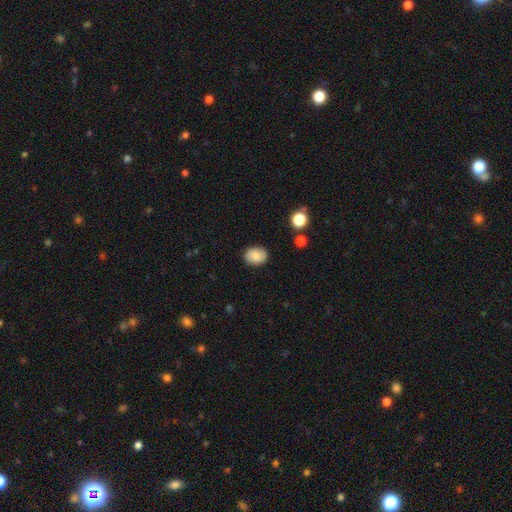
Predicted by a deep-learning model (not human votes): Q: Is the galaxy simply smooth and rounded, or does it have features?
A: smooth — 80%.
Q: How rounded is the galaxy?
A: in between — 55%.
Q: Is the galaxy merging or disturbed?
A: none — 86%.